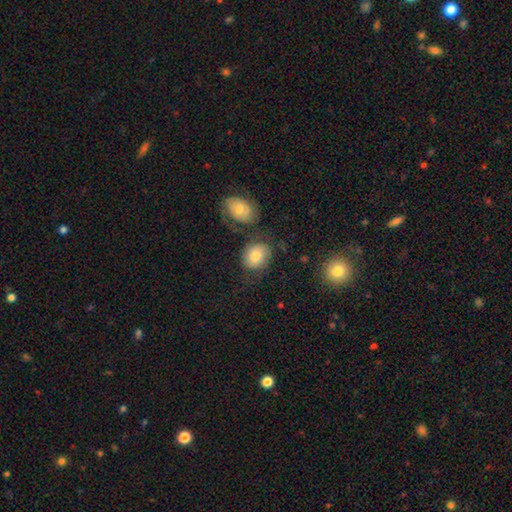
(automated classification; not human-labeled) A smooth galaxy with no disk features (73%) that is round (56%).

Vote fractions:
- Smooth or featured? smooth: 73% / featured or disk: 18% / star or artifact: 9%
- How rounded? round: 56% / in between: 43% / cigar-shaped: 1%
- Merging? none: 58% / minor disturbance: 18% / merger: 15% / major disturbance: 9%